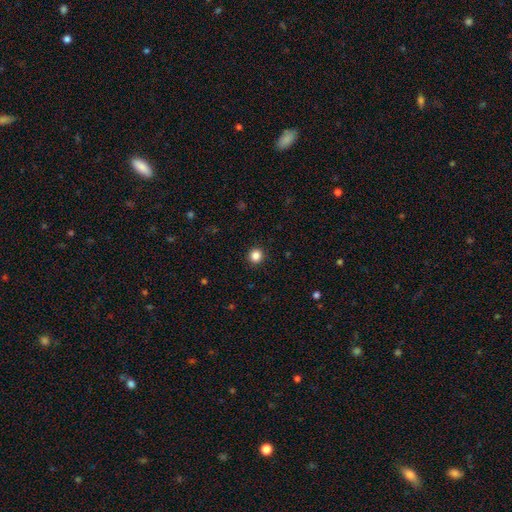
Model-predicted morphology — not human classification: Q: Smooth or featured?
A: smooth (85%); runner-up: star or artifact (11%)
Q: How rounded?
A: round (92%); runner-up: in between (7%)
Q: Merging?
A: none (92%); runner-up: minor disturbance (5%)